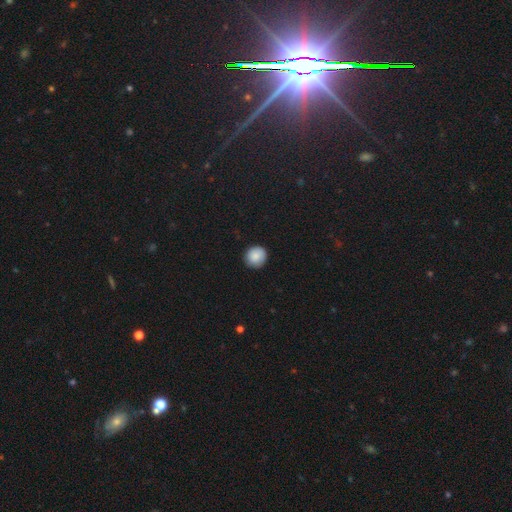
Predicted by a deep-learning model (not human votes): Smooth or featured?
  - smooth: 88% *
  - star or artifact: 8%
  - featured or disk: 4%
How rounded?
  - round: 90% *
  - in between: 9%
  - cigar-shaped: 1%
Merging?
  - none: 89% *
  - minor disturbance: 9%
  - major disturbance: 2%
  - merger: 1%